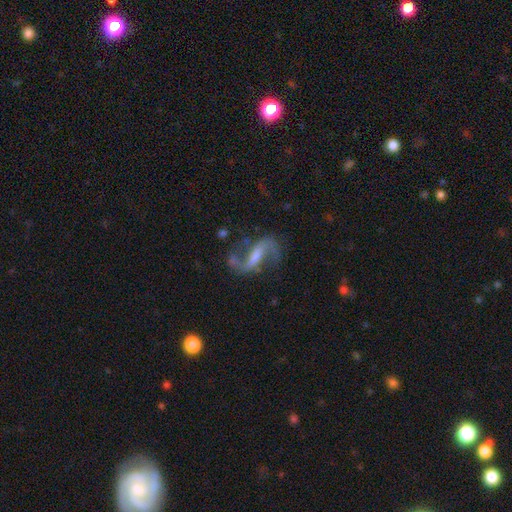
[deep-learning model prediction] A featured or disk galaxy (86%) with a strong bar (44%), 2 (92%) loose (68%) spiral arms (96%) and a small central bulge (33%). Merging: none (68%).